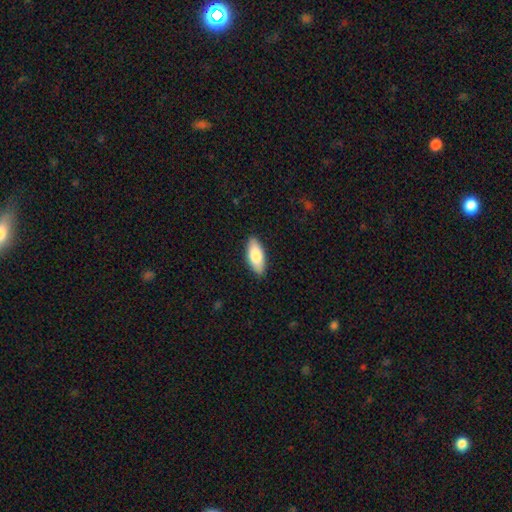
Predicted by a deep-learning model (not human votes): smooth 80%, featured or disk 14%, star or artifact 5%. Down the decision tree: how rounded — in between (81%); merging — none (88%).